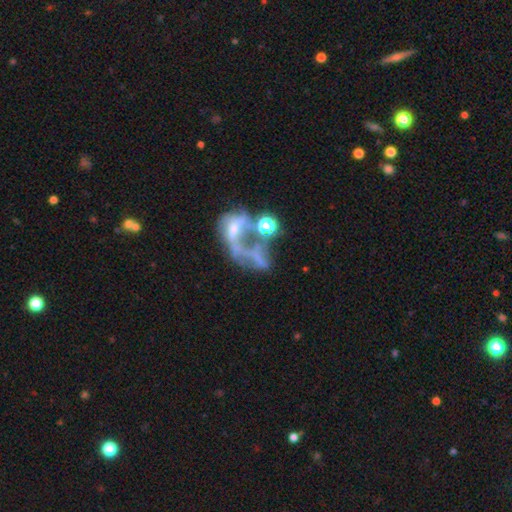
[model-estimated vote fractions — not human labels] This appears to be a featured or disk galaxy (56%) with no bar (72%), no spiral arms (70%) and no central bulge (41%). Merging: major disturbance (41%).